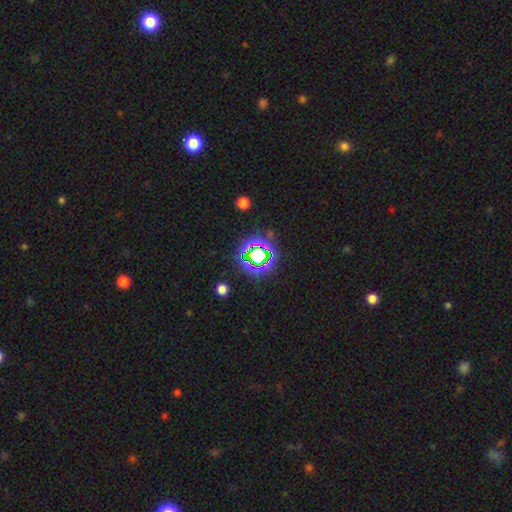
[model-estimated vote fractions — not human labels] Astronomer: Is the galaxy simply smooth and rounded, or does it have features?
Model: star or artifact — 69%.